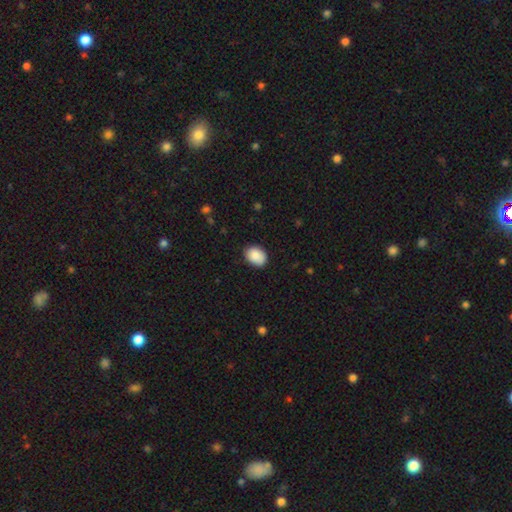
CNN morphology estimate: smooth 88%, star or artifact 7%, featured or disk 5%. Down the decision tree: how rounded — in between (72%); merging — none (81%).